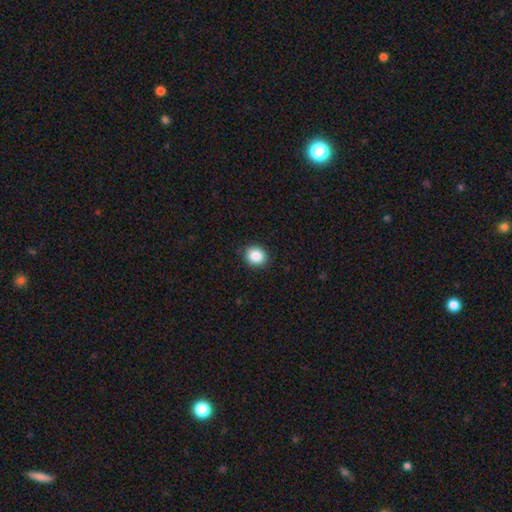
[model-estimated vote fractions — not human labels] Q: Smooth or featured?
A: smooth (87%); runner-up: star or artifact (9%)
Q: How rounded?
A: round (73%); runner-up: in between (26%)
Q: Merging?
A: none (89%); runner-up: minor disturbance (8%)